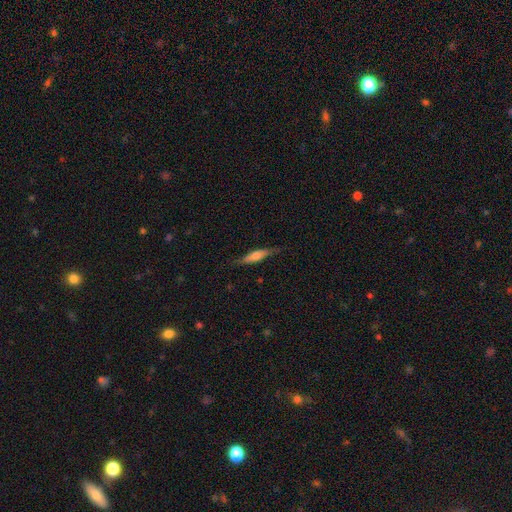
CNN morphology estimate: Smooth or featured? Predicted: smooth (p=0.47). Merging? Predicted: none (p=0.77).